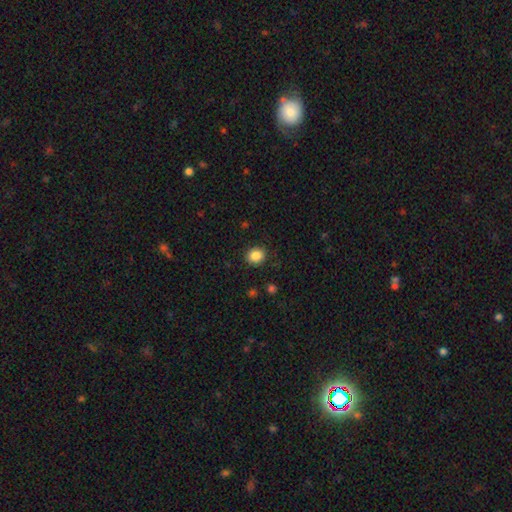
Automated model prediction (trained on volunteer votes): This appears to be a smooth galaxy with no disk features (86%) that is round (75%). Merging: none (90%).